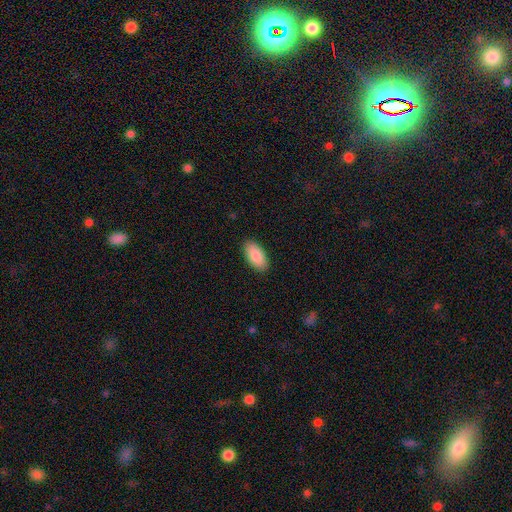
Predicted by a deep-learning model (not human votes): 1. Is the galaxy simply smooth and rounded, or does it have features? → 89% smooth, 6% star or artifact, 5% featured or disk.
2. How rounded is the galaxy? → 94% in between, 4% cigar-shaped, 2% round.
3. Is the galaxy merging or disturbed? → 90% none, 8% minor disturbance, 2% major disturbance, 1% merger.